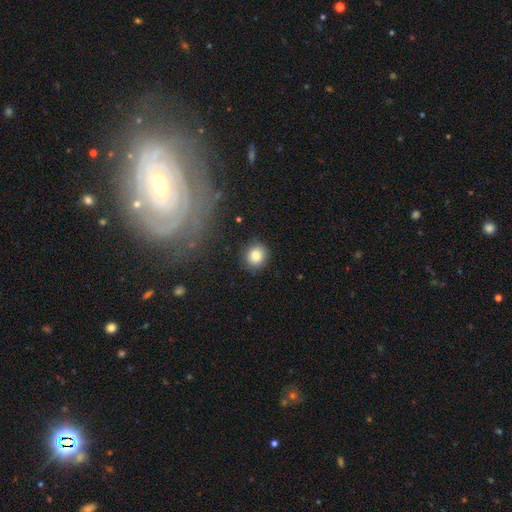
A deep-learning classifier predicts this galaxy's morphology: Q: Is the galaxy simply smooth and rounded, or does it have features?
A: smooth — 84%.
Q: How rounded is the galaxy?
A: round — 81%.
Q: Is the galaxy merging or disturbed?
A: none — 87%.